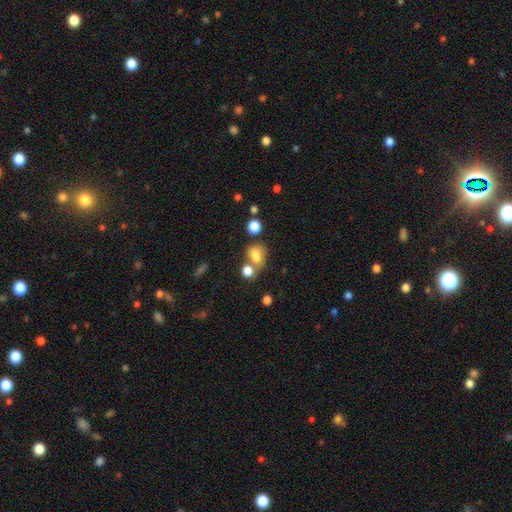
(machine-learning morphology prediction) Q: Smooth or featured?
A: smooth (78%); runner-up: star or artifact (13%)
Q: How rounded?
A: in between (59%); runner-up: round (40%)
Q: Merging?
A: none (47%); runner-up: merger (30%)